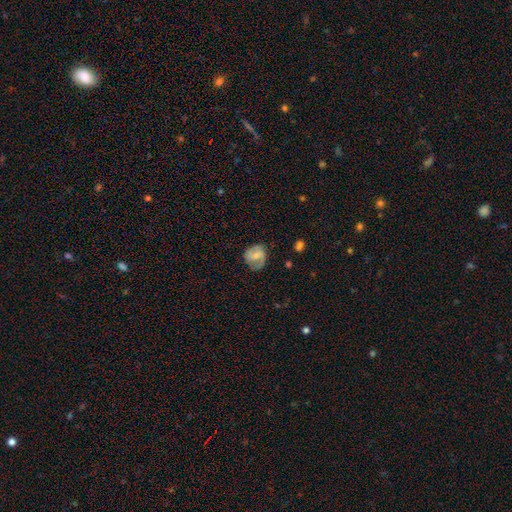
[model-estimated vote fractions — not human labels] Q: Smooth or featured?
A: featured or disk (52%); runner-up: smooth (39%)
Q: Edge-on disk?
A: no (97%); runner-up: yes (3%)
Q: Bar?
A: weak (45%); runner-up: no (31%)
Q: Spiral arms?
A: yes (83%); runner-up: no (17%)
Q: Bulge size?
A: none (42%); runner-up: small (26%)
Q: Merging?
A: none (65%); runner-up: minor disturbance (22%)